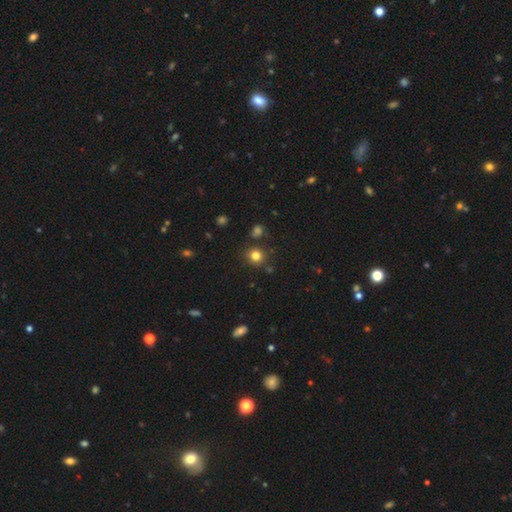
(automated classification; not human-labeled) Smooth or featured? Predicted: smooth (p=0.80). How rounded? Predicted: round (p=0.89). Merging? Predicted: none (p=0.83).